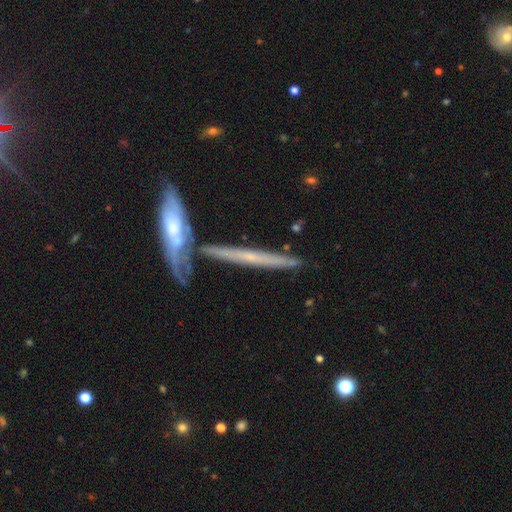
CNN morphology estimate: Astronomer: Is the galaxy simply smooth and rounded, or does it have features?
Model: featured or disk — 66%.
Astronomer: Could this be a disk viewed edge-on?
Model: yes — 88%.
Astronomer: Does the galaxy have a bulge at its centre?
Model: none — 59% (runner-up: rounded, 35%).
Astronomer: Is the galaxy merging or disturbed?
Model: none — 68%.